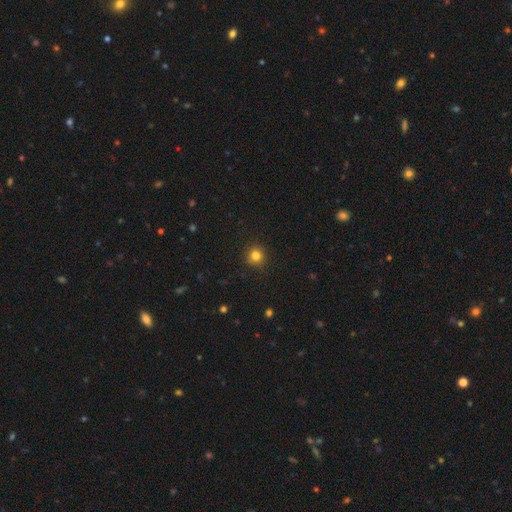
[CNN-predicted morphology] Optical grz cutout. It shows a smooth galaxy with no disk features (82%) that is round (93%). Merging: none (89%).